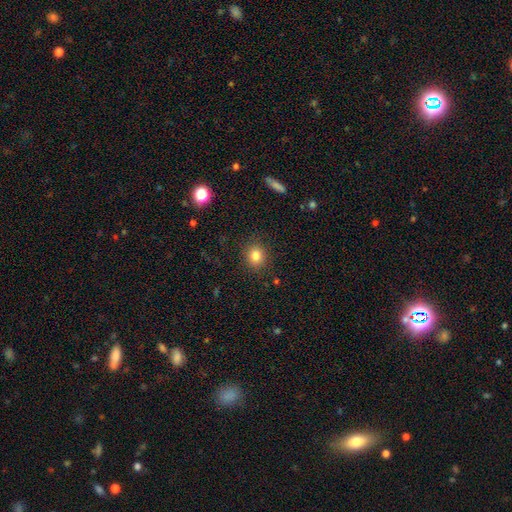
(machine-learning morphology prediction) The model was most divided on "how rounded": round: 80%, in between: 19%, cigar-shaped: 1%. More confident: merging — none (89%); smooth or featured — smooth (82%).